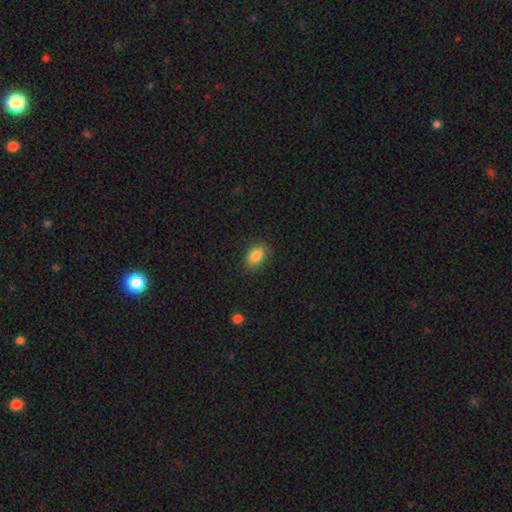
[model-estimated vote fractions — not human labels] Overall: smooth (86%). How rounded: in between (84%). Merging: none (84%).